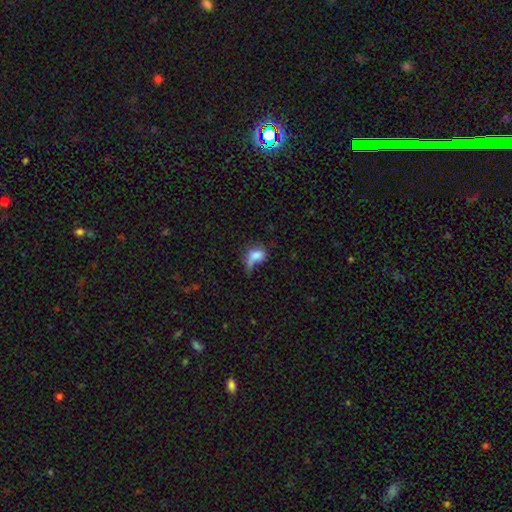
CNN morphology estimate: Q: Smooth or featured?
A: smooth (70%); runner-up: featured or disk (20%)
Q: How rounded?
A: in between (75%); runner-up: round (21%)
Q: Merging?
A: major disturbance (44%); runner-up: minor disturbance (23%)